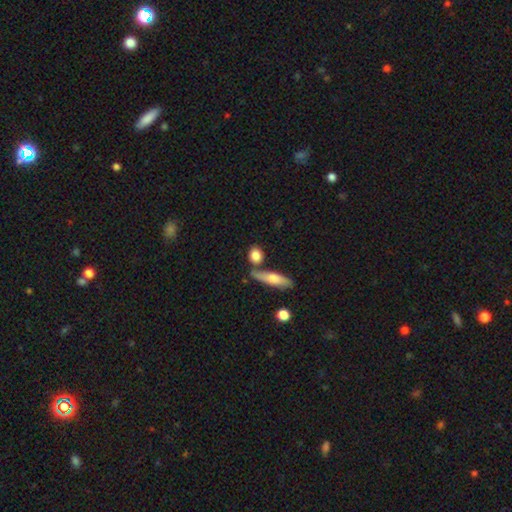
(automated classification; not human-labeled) smooth 81%, featured or disk 11%, star or artifact 7%. Down the decision tree: how rounded — round (55%); merging — none (66%).